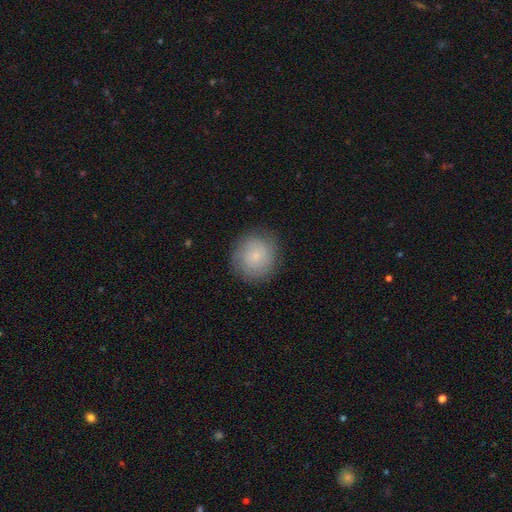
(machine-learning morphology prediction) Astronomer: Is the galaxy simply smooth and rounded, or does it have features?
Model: smooth — 65%.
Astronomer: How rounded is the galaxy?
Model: round — 88%.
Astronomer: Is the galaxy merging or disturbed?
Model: none — 83%.